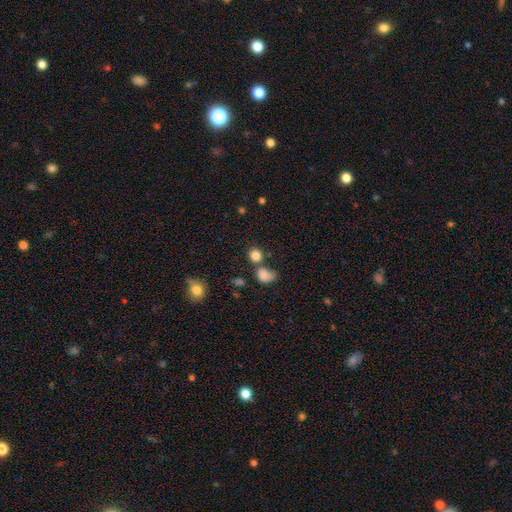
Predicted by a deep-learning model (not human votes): Smooth or featured: smooth — 82% (star or artifact — 12%)
How rounded: round — 75% (in between — 24%)
Merging: none — 57% (merger — 25%)